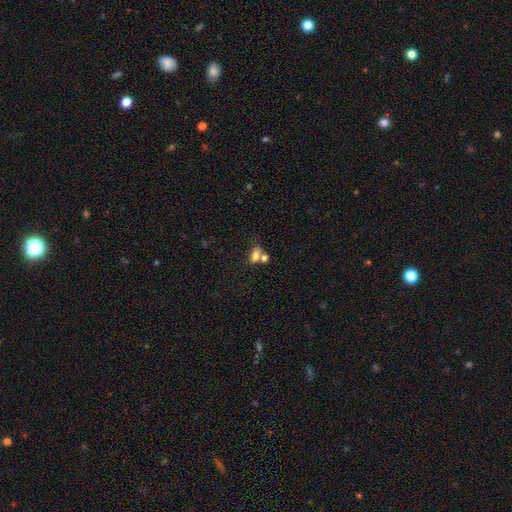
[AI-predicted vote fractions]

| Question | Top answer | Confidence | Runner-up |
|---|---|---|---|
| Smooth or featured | smooth | 75% | featured or disk (14%) |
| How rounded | in between | 80% | round (14%) |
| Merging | merger | 45% | none (36%) |